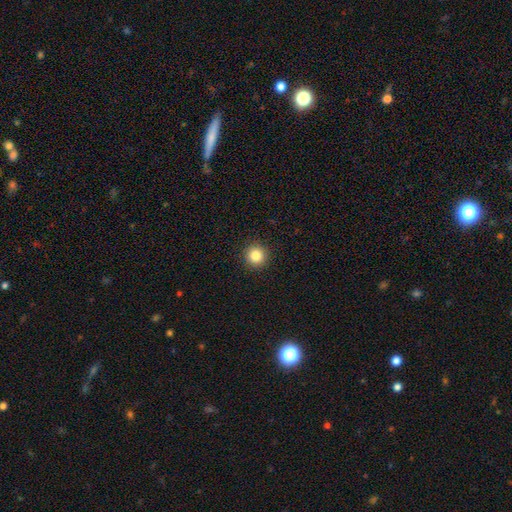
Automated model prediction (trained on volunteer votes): This is clearly a smooth galaxy (84%). How rounded: clearly round (95%). Merging: clearly none (93%).